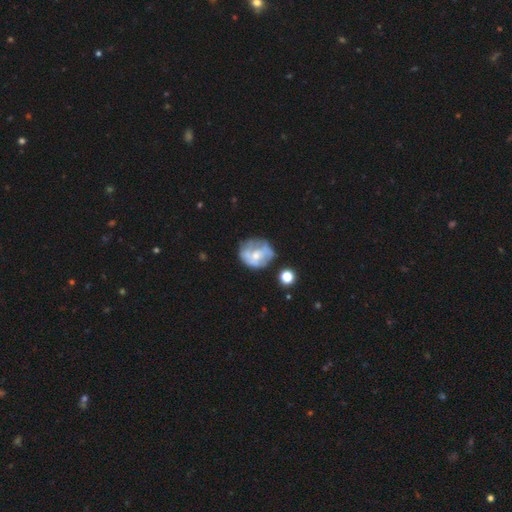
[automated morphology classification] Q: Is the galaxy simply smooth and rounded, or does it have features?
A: featured or disk — 56%.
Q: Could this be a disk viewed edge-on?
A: no — 97%.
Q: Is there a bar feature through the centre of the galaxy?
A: no — 77%.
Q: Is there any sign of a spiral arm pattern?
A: no — 62%.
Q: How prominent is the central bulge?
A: small — 46%.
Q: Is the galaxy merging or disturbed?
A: none — 52%.